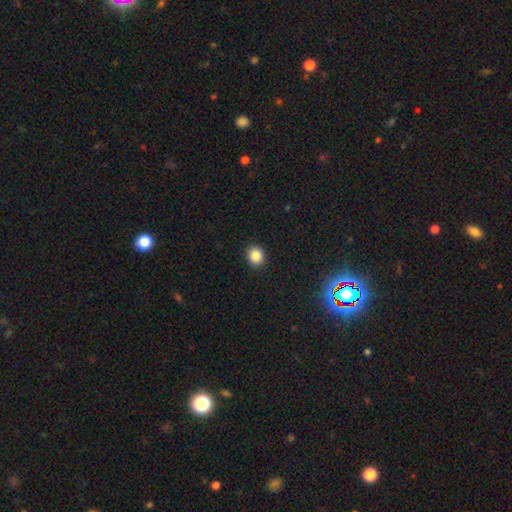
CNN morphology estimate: This is clearly a smooth galaxy (87%). How rounded: likely round (74%). Merging: clearly none (92%).